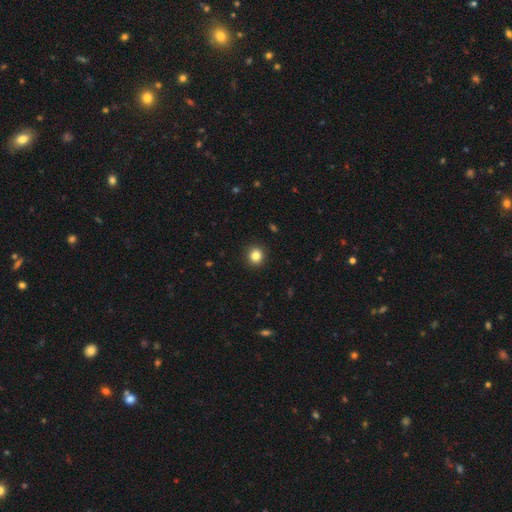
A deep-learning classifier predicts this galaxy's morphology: A smooth galaxy with no disk features (84%) that is round (91%). Merging: none (92%).